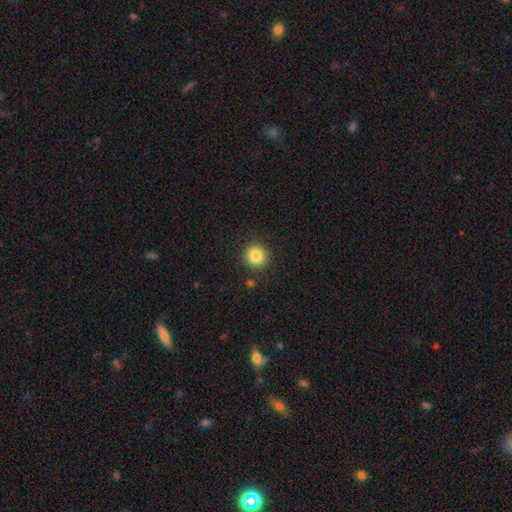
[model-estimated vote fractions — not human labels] A smooth galaxy with no disk features (85%) that is round (94%). Merging: none (90%).